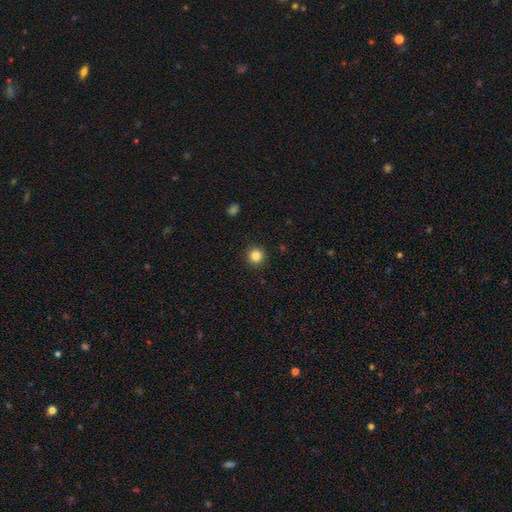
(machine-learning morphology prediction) A smooth galaxy with no disk features (84%) that is round (95%).

Vote fractions:
- Smooth or featured? smooth: 84% / star or artifact: 11% / featured or disk: 5%
- How rounded? round: 95% / in between: 4% / cigar-shaped: 1%
- Merging? none: 92% / minor disturbance: 5% / major disturbance: 2% / merger: 1%